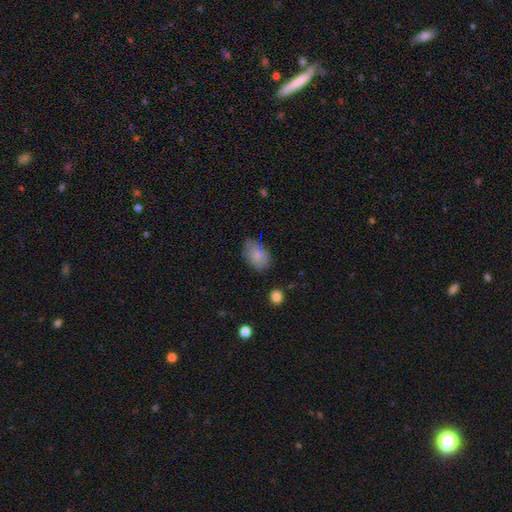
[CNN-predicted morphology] Smooth or featured?
  - smooth: 79% *
  - star or artifact: 11%
  - featured or disk: 9%
How rounded?
  - in between: 86% *
  - round: 13%
  - cigar-shaped: 2%
Merging?
  - none: 69% *
  - minor disturbance: 22%
  - major disturbance: 6%
  - merger: 3%